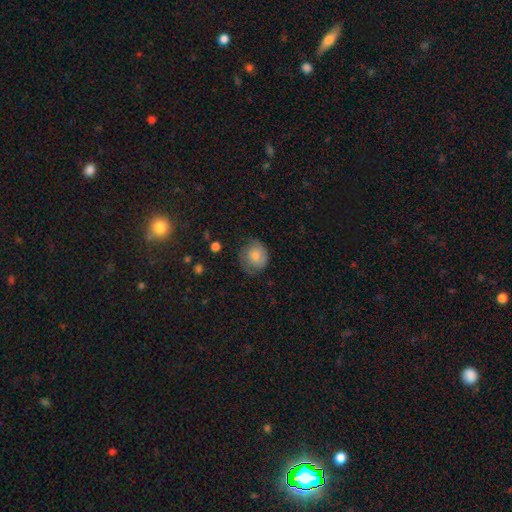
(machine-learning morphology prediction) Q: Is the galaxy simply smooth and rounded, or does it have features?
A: smooth — 65%.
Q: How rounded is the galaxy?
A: round — 80%.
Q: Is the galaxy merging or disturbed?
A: none — 61%.